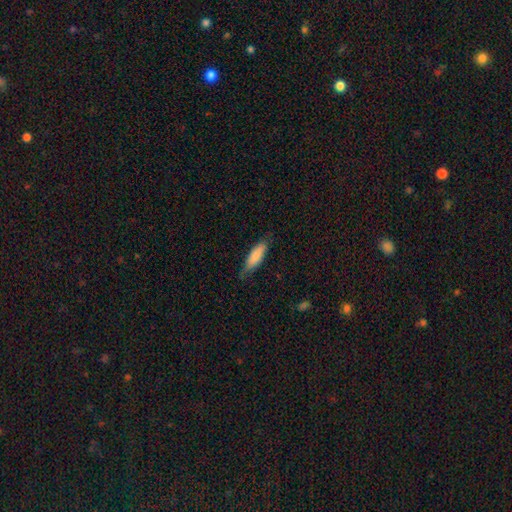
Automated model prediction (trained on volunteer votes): Smooth or featured? smooth (79%)
How rounded? in between (54%)
Merging? none (72%)